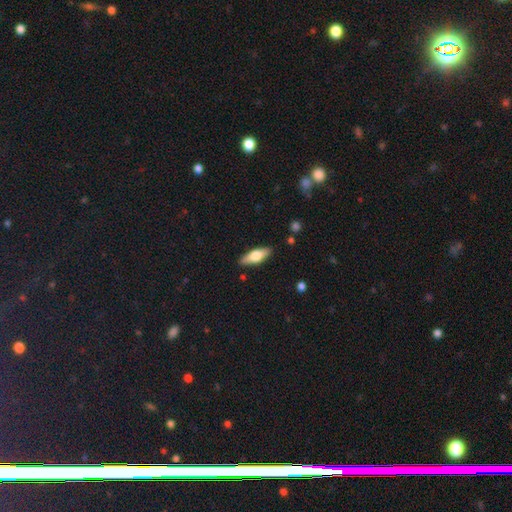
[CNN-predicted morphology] Smooth or featured? Predicted: smooth (p=0.59). How rounded? Predicted: in between (p=0.61). Merging? Predicted: none (p=0.87).